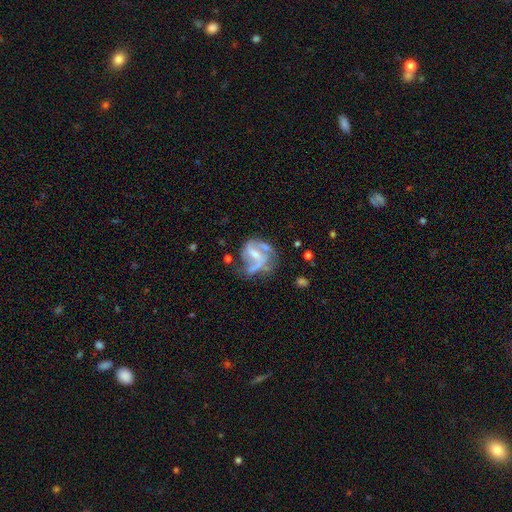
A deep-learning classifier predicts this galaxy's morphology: This is clearly a featured or disk galaxy (80%). It is clearly not viewed edge-on (98%). Bar: possibly weak (48%). Spiral arm pattern: clearly yes (86%). Spiral arm count: likely 2 (65%). Spiral winding: possibly medium (46%). Central bulge: possibly small (47%). Merging: marginally none (41%).